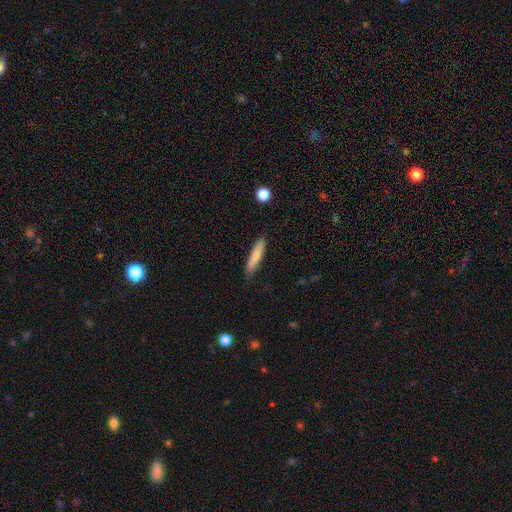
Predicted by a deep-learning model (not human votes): A smooth galaxy with no disk features (78%) that is cigar-shaped (86%).

Vote fractions:
- Smooth or featured? smooth: 78% / featured or disk: 16% / star or artifact: 6%
- How rounded? cigar-shaped: 86% / in between: 12% / round: 1%
- Merging? none: 76% / minor disturbance: 19% / major disturbance: 3% / merger: 2%